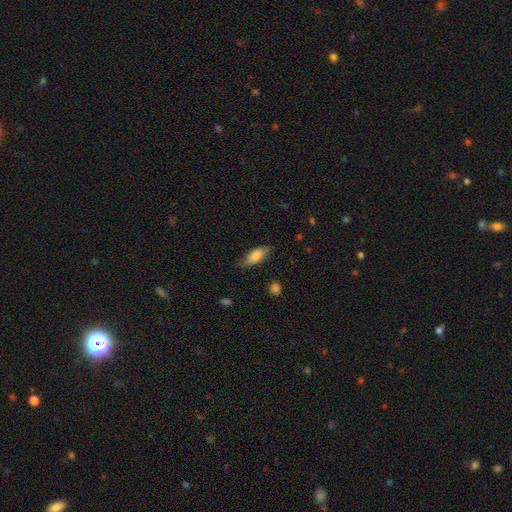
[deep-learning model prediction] Overall: smooth (81%). How rounded: in between (75%). Merging: none (74%).